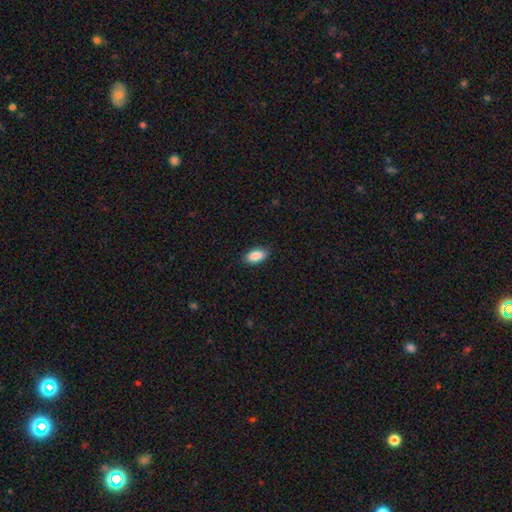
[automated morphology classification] This appears to be a smooth galaxy with no disk features (89%) that is in between round and cigar-shaped (93%). Merging: none (88%).